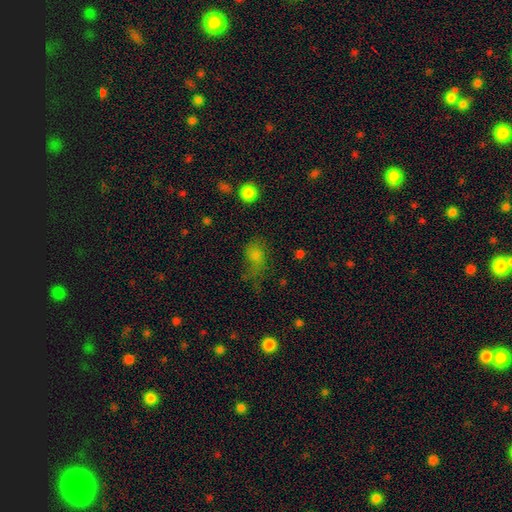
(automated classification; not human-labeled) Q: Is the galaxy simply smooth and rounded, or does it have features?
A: smooth — 66%.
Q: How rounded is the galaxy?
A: in between — 65%.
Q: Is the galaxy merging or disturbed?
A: none — 44%.